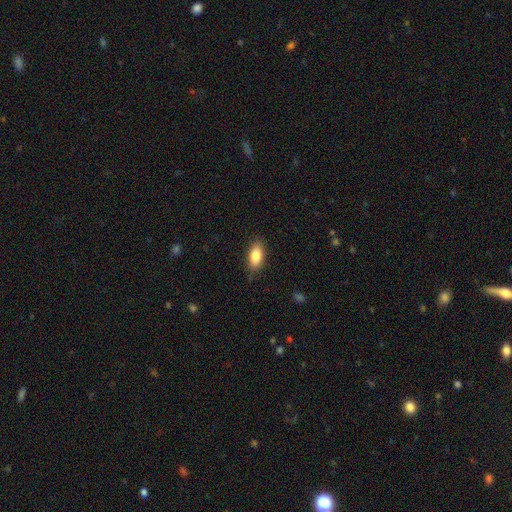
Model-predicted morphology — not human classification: Smooth or featured: smooth — 84% (featured or disk — 9%)
How rounded: in between — 88% (cigar-shaped — 8%)
Merging: none — 84% (minor disturbance — 13%)